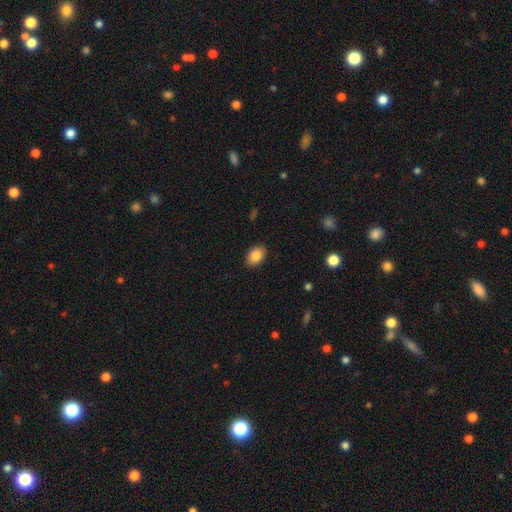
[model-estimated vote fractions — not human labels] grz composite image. It shows a smooth galaxy with no disk features (86%) that is in between round and cigar-shaped (82%). Merging: none (88%).